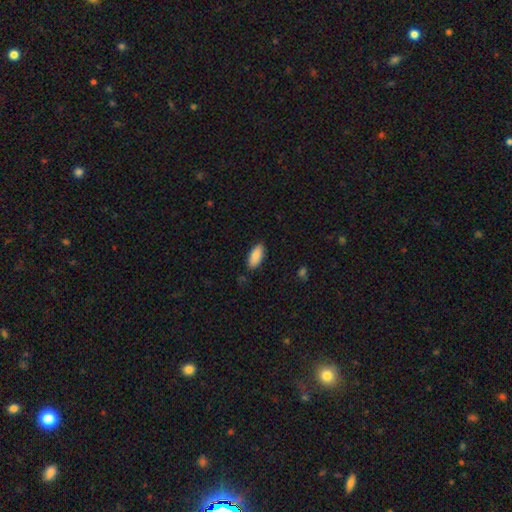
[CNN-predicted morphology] The model was most divided on "merging": none: 85%, minor disturbance: 11%, major disturbance: 2%, merger: 1%. More confident: smooth or featured — smooth (88%); how rounded — in between (87%).